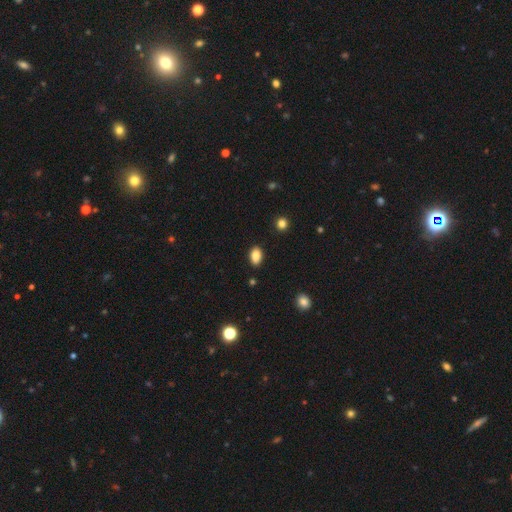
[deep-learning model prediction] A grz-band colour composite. It shows a smooth galaxy with no disk features (86%) that is in between round and cigar-shaped (90%). Merging: none (87%).